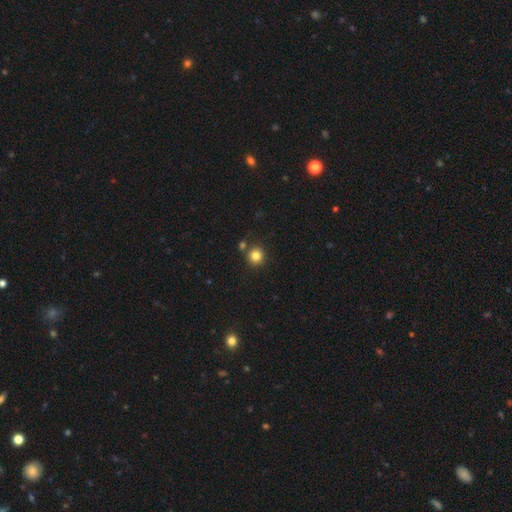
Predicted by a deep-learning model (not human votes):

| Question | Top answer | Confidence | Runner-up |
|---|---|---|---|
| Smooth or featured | smooth | 83% | star or artifact (12%) |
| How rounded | round | 92% | in between (7%) |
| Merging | none | 80% | merger (10%) |